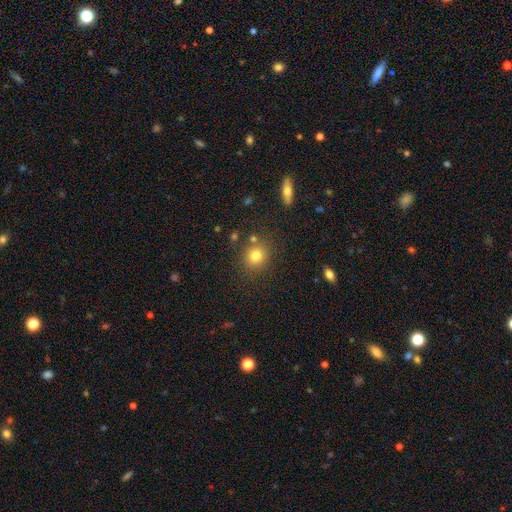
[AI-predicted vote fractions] Overall: smooth (79%). How rounded: round (83%). Merging: none (80%).